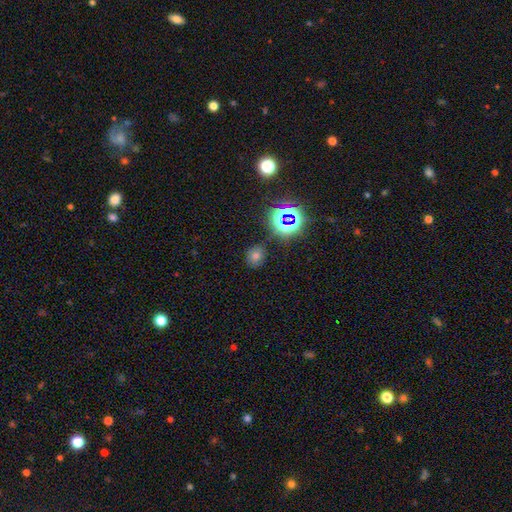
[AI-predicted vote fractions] Overall: smooth (55%; star or artifact 36%). How rounded: round (77%). Merging: none (83%).